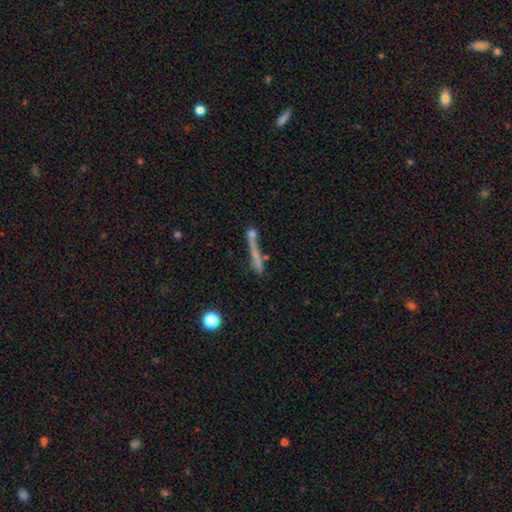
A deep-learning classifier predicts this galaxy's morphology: smooth_or_featured: smooth (p=0.50) [alt: featured or disk p=0.37]
merging: none (p=0.49) [alt: merger p=0.25]